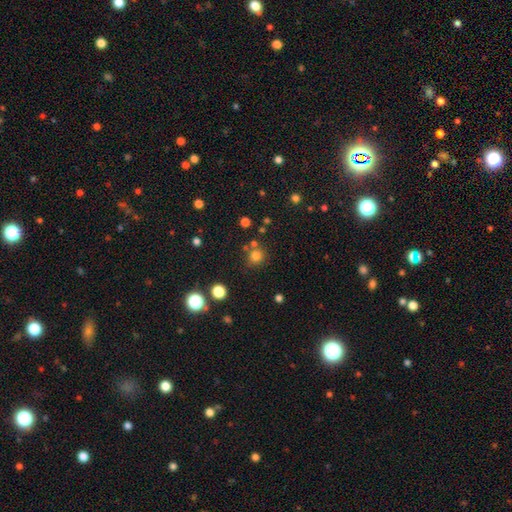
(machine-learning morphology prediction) A smooth galaxy with no disk features (77%) that is round (91%).

Vote fractions:
- Smooth or featured? smooth: 77% / star or artifact: 17% / featured or disk: 6%
- How rounded? round: 91% / in between: 8% / cigar-shaped: 1%
- Merging? none: 75% / merger: 13% / minor disturbance: 9% / major disturbance: 3%